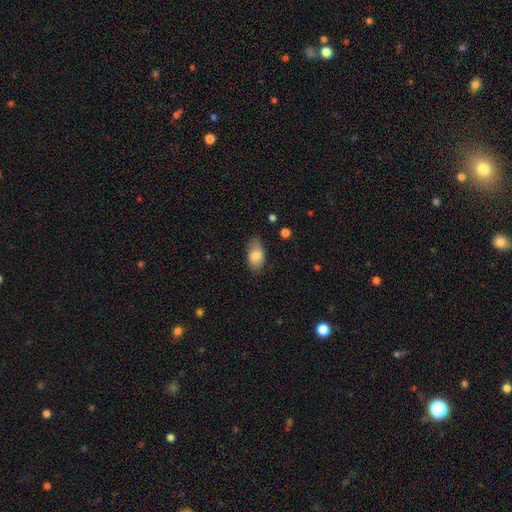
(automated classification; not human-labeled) Overall: smooth (81%). How rounded: in between (91%). Merging: none (74%).